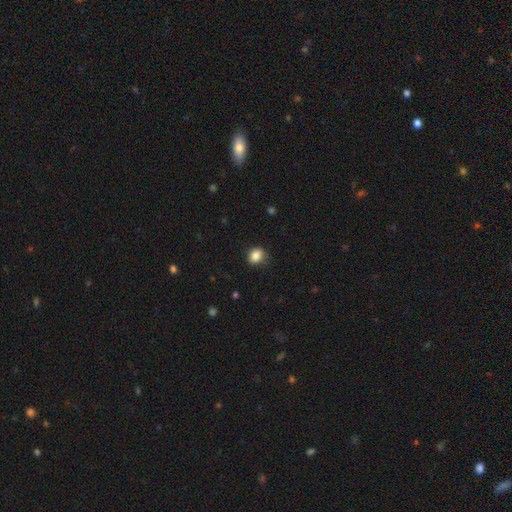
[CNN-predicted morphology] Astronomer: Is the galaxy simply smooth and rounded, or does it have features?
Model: smooth — 85%.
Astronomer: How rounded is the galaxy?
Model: round — 58% (runner-up: in between, 41%).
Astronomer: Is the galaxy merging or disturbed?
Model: none — 80%.